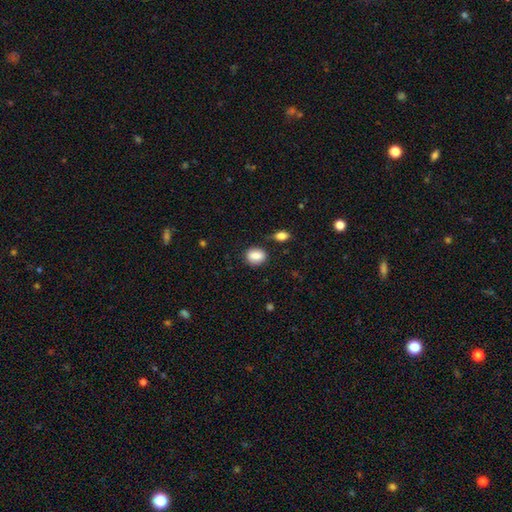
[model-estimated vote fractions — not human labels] Smooth or featured? smooth (85%)
How rounded? round (54%)
Merging? none (78%)